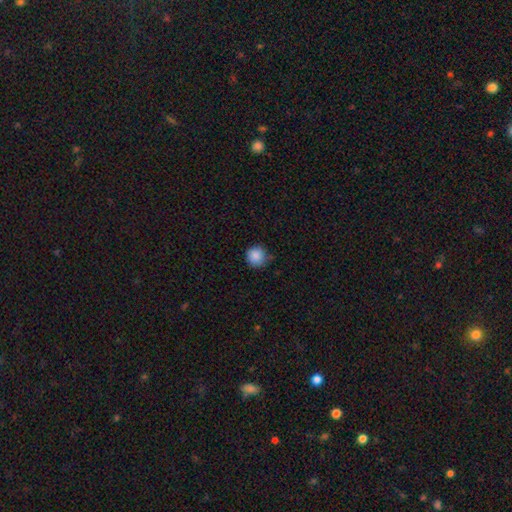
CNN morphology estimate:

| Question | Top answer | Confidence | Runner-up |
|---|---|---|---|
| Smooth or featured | smooth | 87% | star or artifact (9%) |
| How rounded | round | 95% | in between (4%) |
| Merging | none | 76% | minor disturbance (20%) |